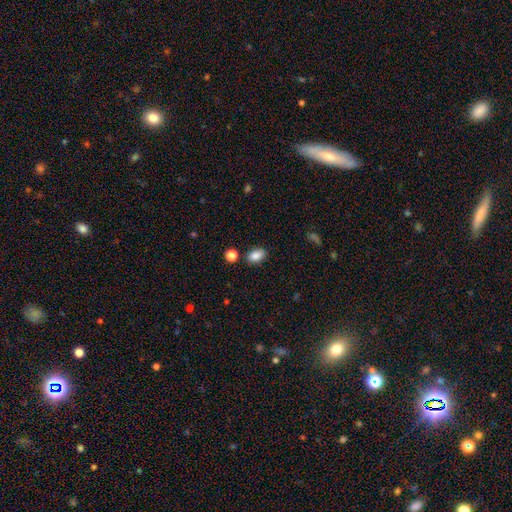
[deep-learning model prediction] Smooth or featured: smooth — 85% (star or artifact — 9%)
How rounded: in between — 87% (round — 11%)
Merging: none — 81% (minor disturbance — 11%)